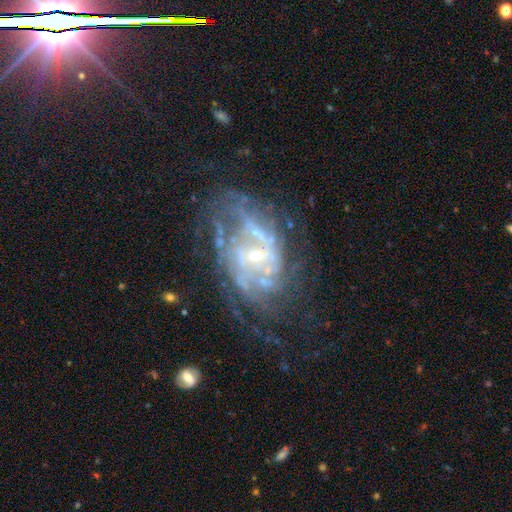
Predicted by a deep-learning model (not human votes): Smooth or featured: featured or disk — 83% (star or artifact — 10%)
Edge-on disk: no — 97% (yes — 3%)
Bar: no — 54% (weak — 33%)
Spiral arms: yes — 80% (no — 20%)
Spiral winding: tight — 41% (medium — 39%)
Spiral arm count: can't tell — 44% (2 — 18%)
Bulge size: small — 76% (moderate — 17%)
Merging: none — 50% (major disturbance — 25%)